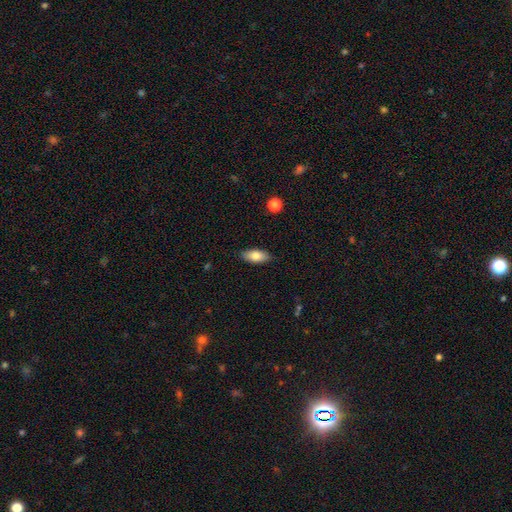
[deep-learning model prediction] Smooth or featured?
  - smooth: 81% *
  - featured or disk: 12%
  - star or artifact: 7%
How rounded?
  - in between: 88% *
  - cigar-shaped: 9%
  - round: 3%
Merging?
  - none: 87% *
  - minor disturbance: 10%
  - major disturbance: 2%
  - merger: 1%